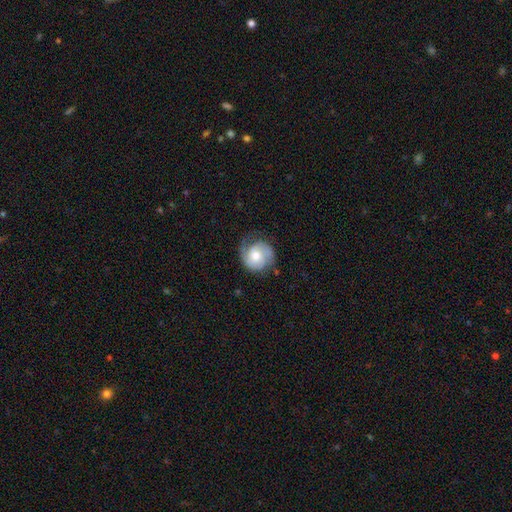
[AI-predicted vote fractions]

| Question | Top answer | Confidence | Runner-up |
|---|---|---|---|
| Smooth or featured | featured or disk | 59% | smooth (34%) |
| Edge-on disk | no | 97% | yes (3%) |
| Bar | no | 70% | weak (25%) |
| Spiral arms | yes | 88% | no (12%) |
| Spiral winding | tight | 44% | medium (37%) |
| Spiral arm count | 2 | 58% | 1 (20%) |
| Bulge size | moderate | 68% | small (22%) |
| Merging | none | 63% | minor disturbance (24%) |